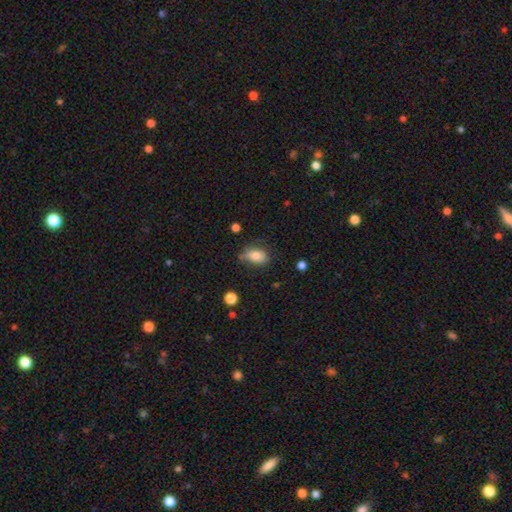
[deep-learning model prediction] This is likely a smooth galaxy (79%). How rounded: clearly in between (87%). Merging: possibly none (60%).